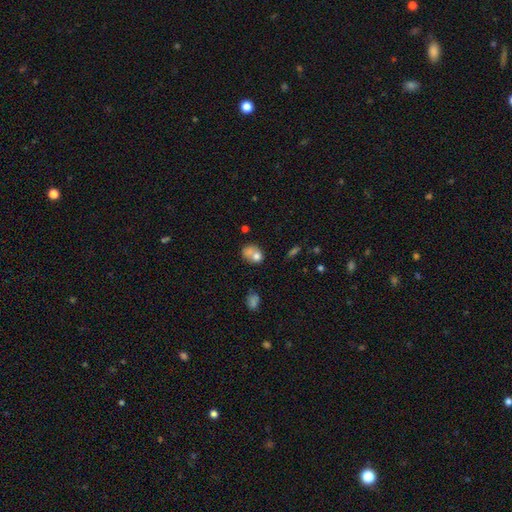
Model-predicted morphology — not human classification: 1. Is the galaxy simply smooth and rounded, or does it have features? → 69% smooth, 21% featured or disk, 11% star or artifact.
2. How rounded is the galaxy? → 52% round, 47% in between, 1% cigar-shaped.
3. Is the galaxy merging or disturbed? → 45% merger, 29% none, 15% minor disturbance, 11% major disturbance.